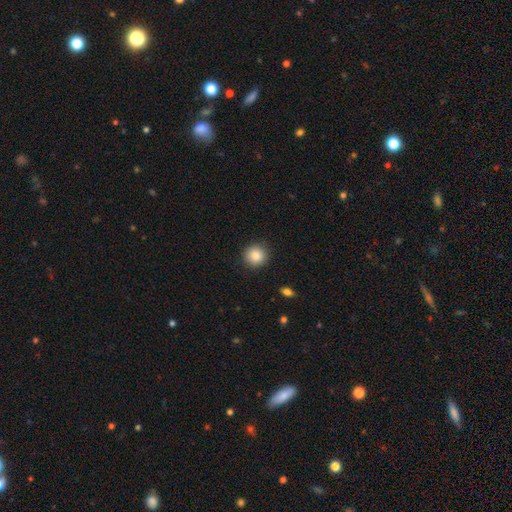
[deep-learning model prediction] smooth 86%, star or artifact 9%, featured or disk 5%. Down the decision tree: how rounded — round (92%); merging — none (90%).